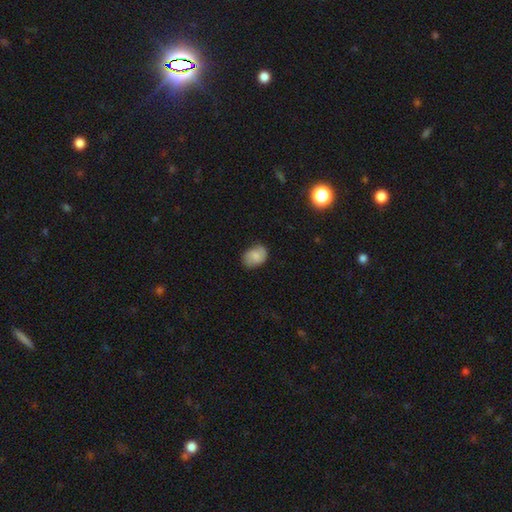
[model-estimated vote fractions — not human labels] smooth-or-featured: smooth: 67% | featured or disk: 24% | star or artifact: 8%
  how-rounded: in between: 66% | round: 33% | cigar-shaped: 1%
  merging: none: 72% | minor disturbance: 22% | major disturbance: 5% | merger: 1%